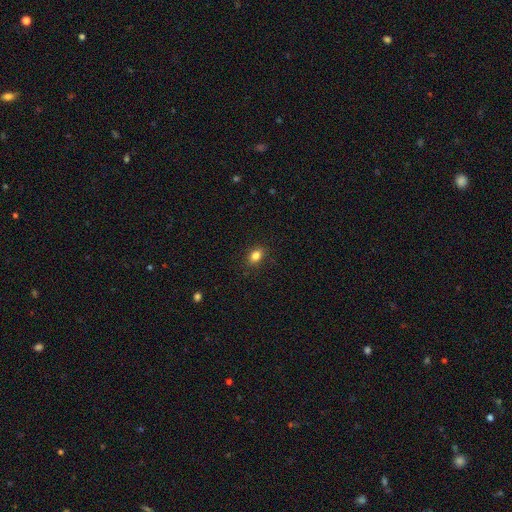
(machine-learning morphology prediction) type=smooth (84%); roundness=in between (71%); merging=none (87%).